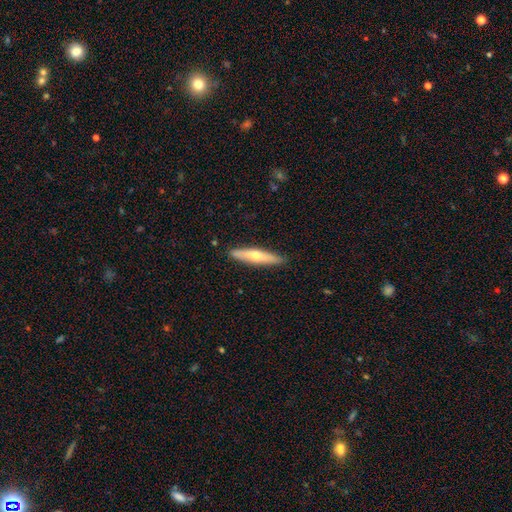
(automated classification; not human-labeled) A smooth galaxy with no disk features (50%).

Vote fractions:
- Smooth or featured? smooth: 50% / featured or disk: 45% / star or artifact: 6%
- Merging? none: 89% / minor disturbance: 8% / major disturbance: 2% / merger: 1%